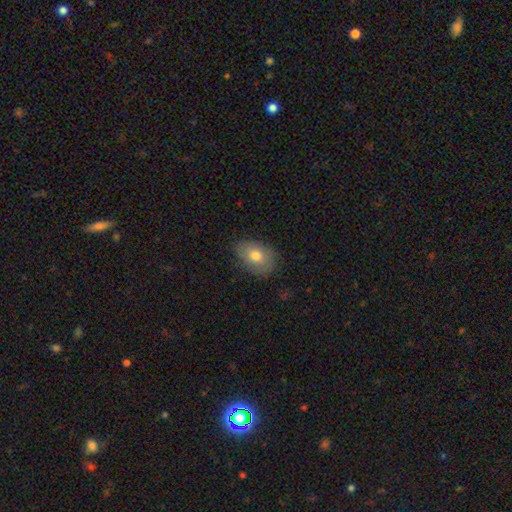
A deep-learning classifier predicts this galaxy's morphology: Smooth or featured? smooth (75%)
How rounded? in between (81%)
Merging? none (79%)